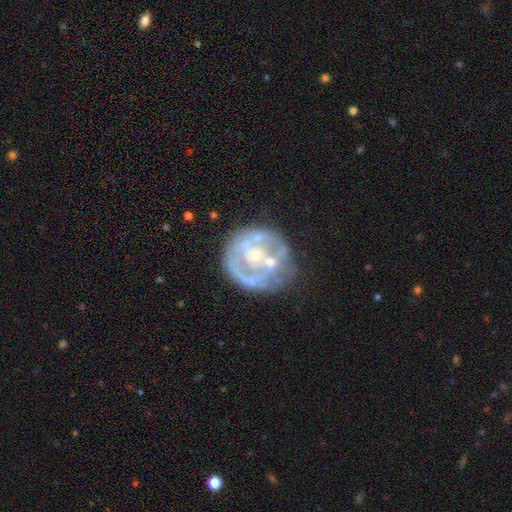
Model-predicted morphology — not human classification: smooth-or-featured: featured or disk: 74% | smooth: 19% | star or artifact: 7%
  disk-edge-on: no: 98% | yes: 2%
    bar: no: 81% | weak: 15% | strong: 5%
    has-spiral-arms: no: 59% | yes: 41%
    bulge-size: small: 67% | moderate: 22% | none: 8% | large: 2% | dominant: 1%
  merging: none: 55% | minor disturbance: 20% | major disturbance: 15% | merger: 11%